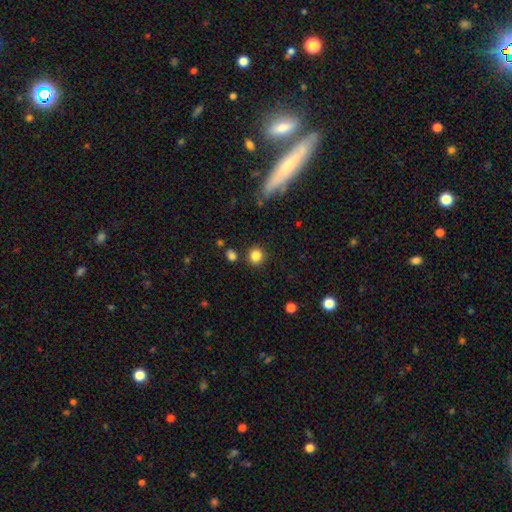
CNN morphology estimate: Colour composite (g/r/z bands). It shows a smooth galaxy with no disk features (84%) that is round (89%). Merging: none (86%).